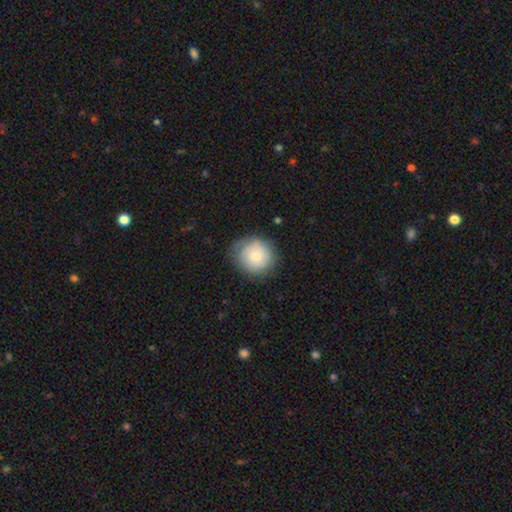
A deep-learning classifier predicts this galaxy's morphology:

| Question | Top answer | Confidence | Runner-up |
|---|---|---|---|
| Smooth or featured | smooth | 68% | featured or disk (25%) |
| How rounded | round | 90% | in between (9%) |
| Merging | none | 73% | minor disturbance (20%) |